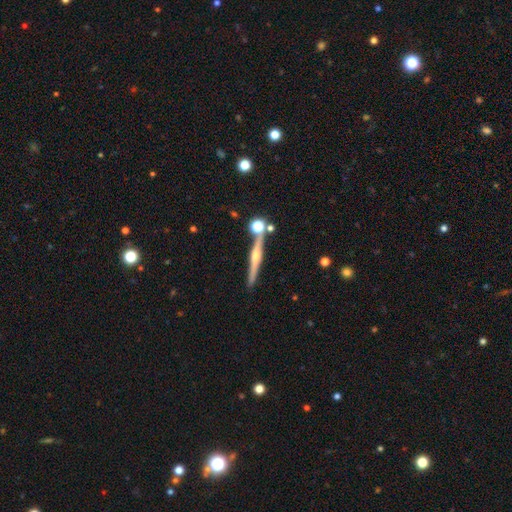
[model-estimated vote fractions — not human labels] A featured or disk galaxy (77%) viewed edge-on (98%) with a rounded central bulge (88%).

Vote fractions:
- Smooth or featured? featured or disk: 77% / smooth: 16% / star or artifact: 7%
- Edge-on disk? yes: 98% / no: 2%
- Edge-on bulge? rounded: 88% / none: 8% / boxy: 5%
- Merging? none: 83% / minor disturbance: 8% / merger: 8% / major disturbance: 2%